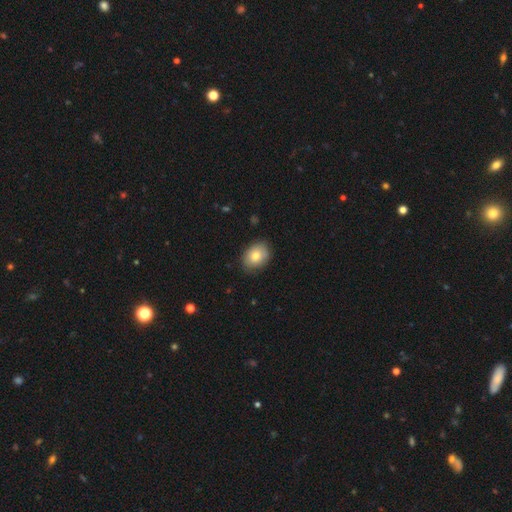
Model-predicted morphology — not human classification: type=smooth (79%); roundness=in between (65%); merging=none (84%).